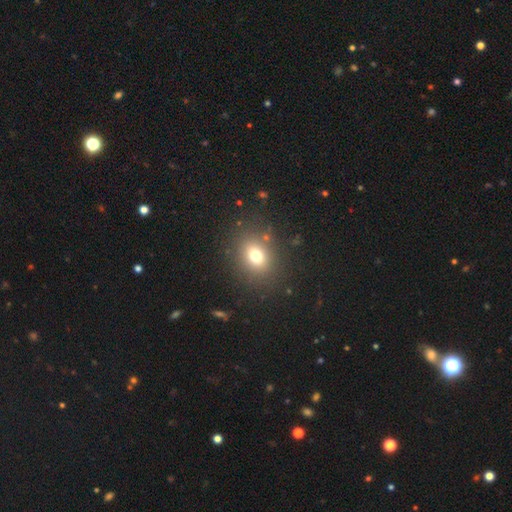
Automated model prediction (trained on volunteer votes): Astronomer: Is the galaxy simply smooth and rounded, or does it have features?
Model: smooth — 73%.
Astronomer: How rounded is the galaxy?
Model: round — 52% (runner-up: in between, 47%).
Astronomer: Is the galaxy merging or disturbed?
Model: none — 84%.